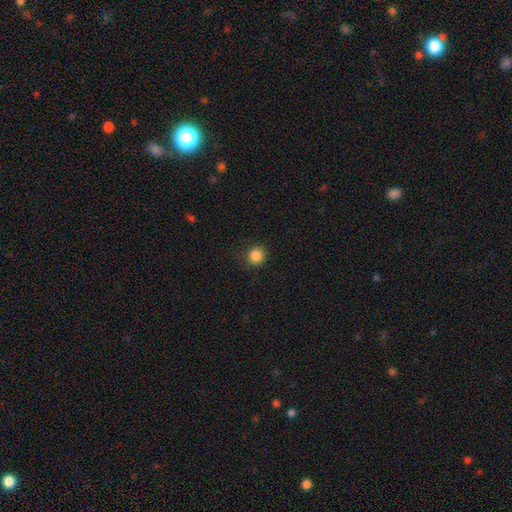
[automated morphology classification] smooth-or-featured: smooth: 86% | star or artifact: 11% | featured or disk: 3%
  how-rounded: round: 92% | in between: 7% | cigar-shaped: 1%
  merging: none: 89% | minor disturbance: 7% | major disturbance: 2% | merger: 1%